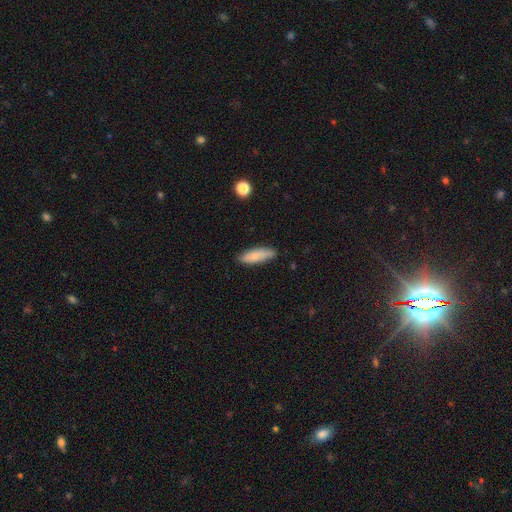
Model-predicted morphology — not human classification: The model was most divided on "how rounded": in between: 50%, cigar-shaped: 48%, round: 2%. More confident: merging — none (81%); smooth or featured — smooth (80%).